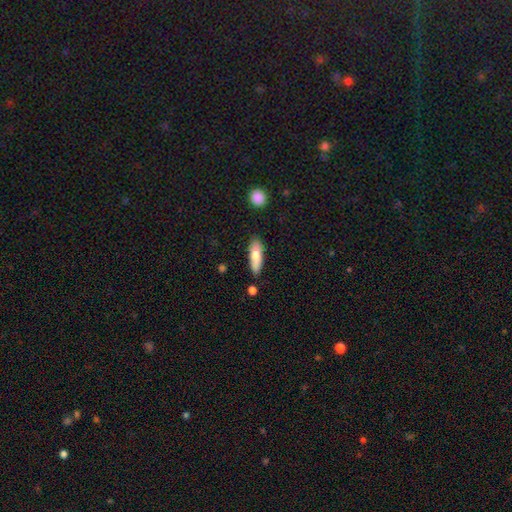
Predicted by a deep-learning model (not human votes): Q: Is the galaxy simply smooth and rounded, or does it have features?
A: smooth — 76%.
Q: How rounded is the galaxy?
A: in between — 52%.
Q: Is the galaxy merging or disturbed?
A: none — 78%.